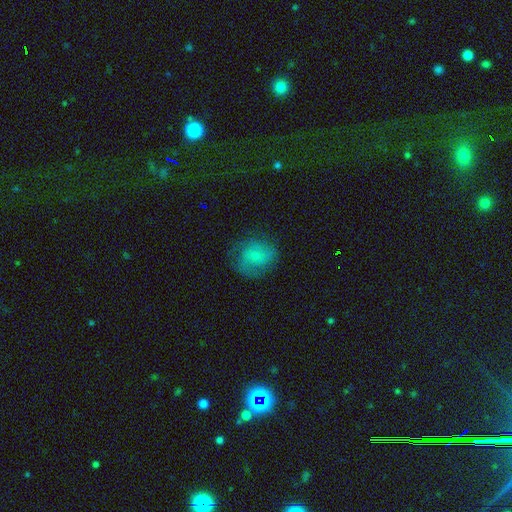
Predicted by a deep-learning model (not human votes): Smooth or featured: smooth — 56% (featured or disk — 34%)
How rounded: round — 77% (in between — 22%)
Merging: none — 69% (minor disturbance — 21%)